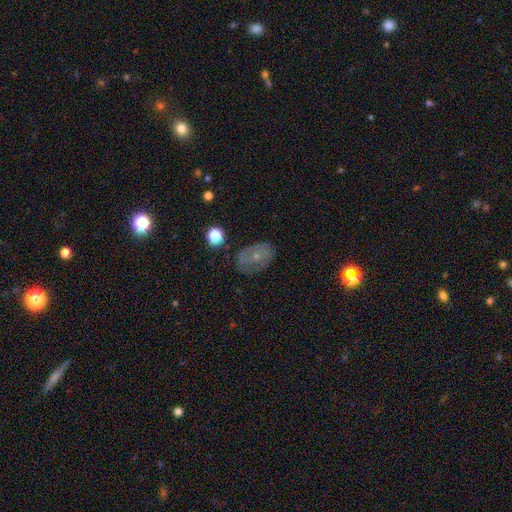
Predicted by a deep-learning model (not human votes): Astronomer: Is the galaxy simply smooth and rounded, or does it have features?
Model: featured or disk — 54% (runner-up: smooth, 33%).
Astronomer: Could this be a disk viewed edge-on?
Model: no — 95%.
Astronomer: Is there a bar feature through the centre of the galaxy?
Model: no — 78%.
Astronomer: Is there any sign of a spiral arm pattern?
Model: yes — 51% (runner-up: no, 49%).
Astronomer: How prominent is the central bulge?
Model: small — 65%.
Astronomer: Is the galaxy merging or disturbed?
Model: none — 71%.